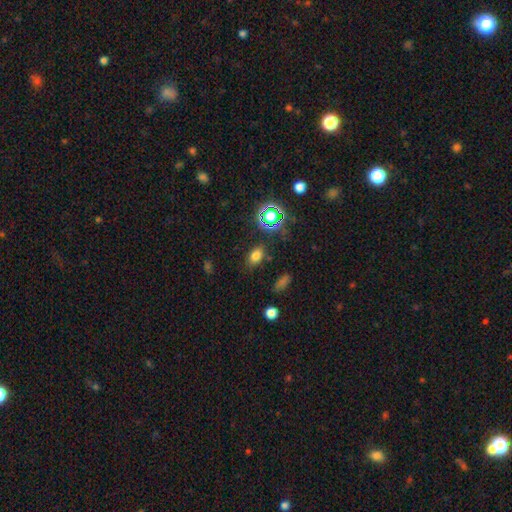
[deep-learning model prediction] smooth_or_featured: smooth (p=0.72) [alt: star or artifact p=0.20]
how_rounded: in between (p=0.79) [alt: round p=0.18]
merging: none (p=0.81) [alt: minor disturbance p=0.12]